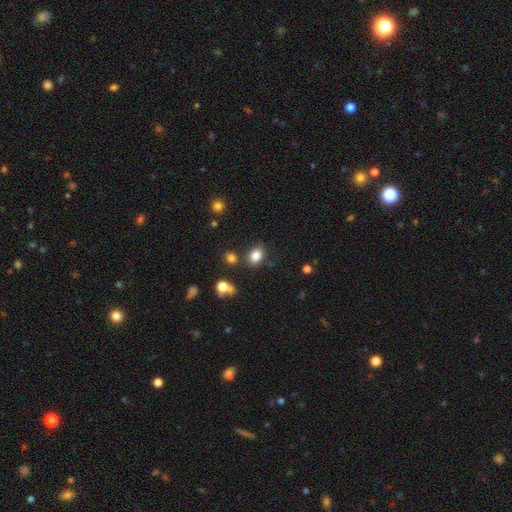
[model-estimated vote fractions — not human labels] A smooth galaxy with no disk features (82%) that is in between round and cigar-shaped (69%).

Vote fractions:
- Smooth or featured? smooth: 82% / star or artifact: 11% / featured or disk: 7%
- How rounded? in between: 69% / round: 30% / cigar-shaped: 1%
- Merging? none: 77% / minor disturbance: 13% / merger: 7% / major disturbance: 4%